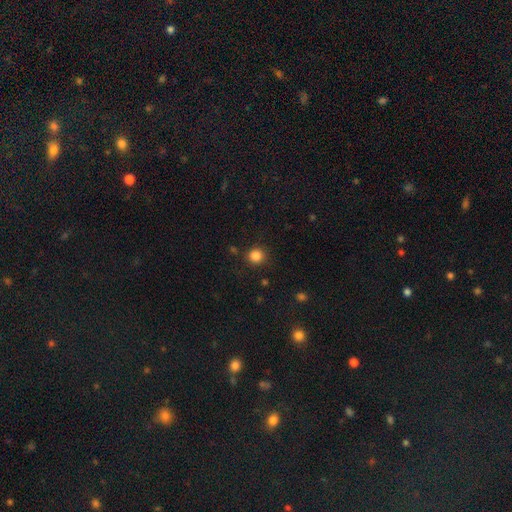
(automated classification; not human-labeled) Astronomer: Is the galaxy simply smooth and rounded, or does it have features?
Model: smooth — 85%.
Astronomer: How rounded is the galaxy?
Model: round — 92%.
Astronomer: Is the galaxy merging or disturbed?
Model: none — 89%.